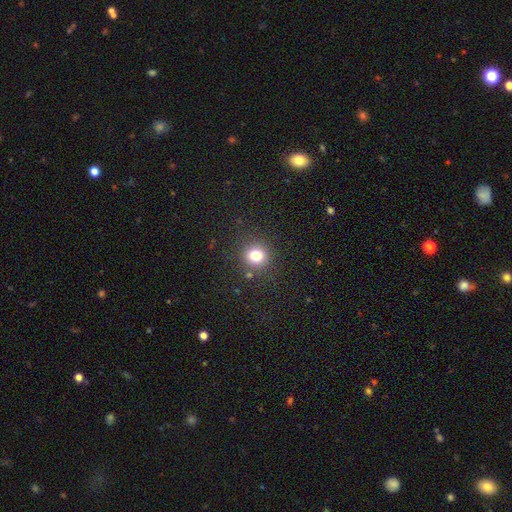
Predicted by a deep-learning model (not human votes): A smooth galaxy with no disk features (79%) that is round (85%).

Vote fractions:
- Smooth or featured? smooth: 79% / star or artifact: 15% / featured or disk: 7%
- How rounded? round: 85% / in between: 14% / cigar-shaped: 1%
- Merging? none: 86% / minor disturbance: 8% / major disturbance: 3% / merger: 2%